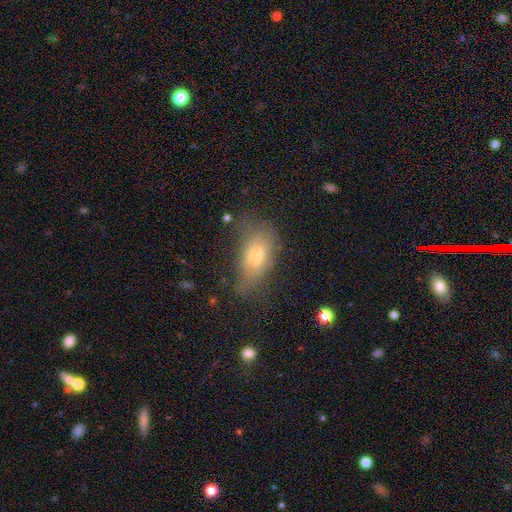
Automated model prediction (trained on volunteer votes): Overall: smooth (56%; featured or disk 33%). How rounded: in between (83%). Merging: none (49%; minor disturbance 30%).